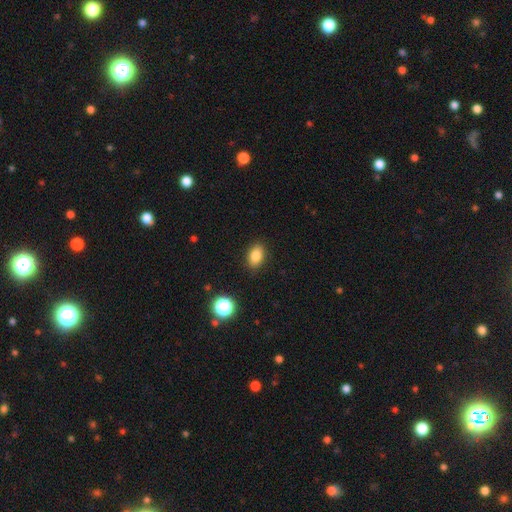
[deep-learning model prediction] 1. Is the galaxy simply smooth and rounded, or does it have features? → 84% smooth, 10% star or artifact, 6% featured or disk.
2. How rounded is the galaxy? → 84% in between, 14% round, 2% cigar-shaped.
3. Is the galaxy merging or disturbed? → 88% none, 9% minor disturbance, 2% major disturbance, 1% merger.